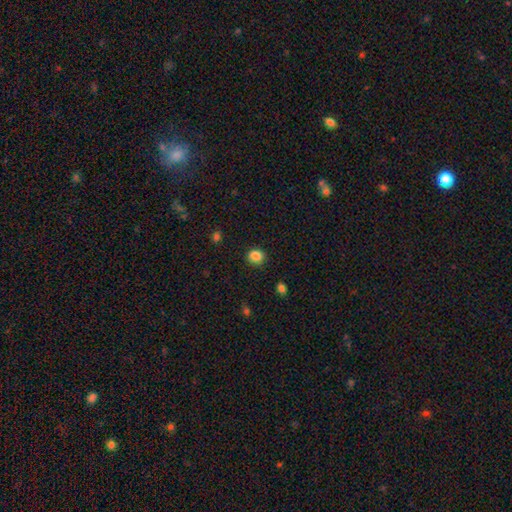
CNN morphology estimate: Smooth or featured?
  - smooth: 86% *
  - star or artifact: 10%
  - featured or disk: 3%
How rounded?
  - round: 73% *
  - in between: 26%
  - cigar-shaped: 1%
Merging?
  - none: 87% *
  - minor disturbance: 9%
  - major disturbance: 3%
  - merger: 1%